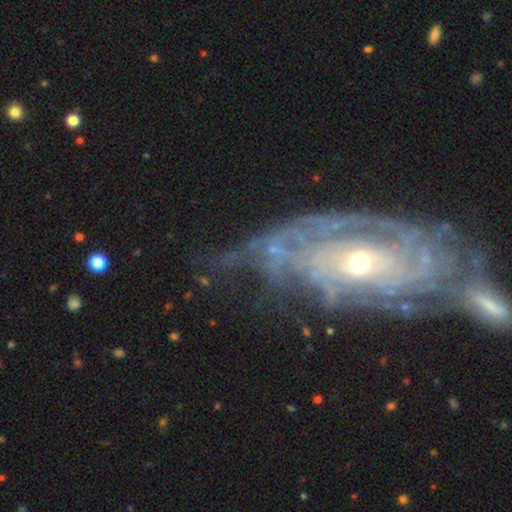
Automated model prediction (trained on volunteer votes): Smooth or featured?
  - featured or disk: 82% *
  - star or artifact: 9%
  - smooth: 9%
Edge-on disk?
  - no: 90% *
  - yes: 10%
Bar?
  - no: 72% *
  - weak: 20%
  - strong: 9%
Spiral arms?
  - yes: 82% *
  - no: 18%
Spiral winding?
  - tight: 68% *
  - medium: 23%
  - loose: 9%
Spiral arm count?
  - can't tell: 49% *
  - 2: 15%
  - 3: 11%
  - 4: 9%
  - more than 4: 9%
  - 1: 7%
Bulge size?
  - moderate: 51% *
  - small: 44%
  - large: 3%
  - none: 1%
  - dominant: 1%
Merging?
  - none: 52% *
  - minor disturbance: 22%
  - major disturbance: 22%
  - merger: 3%